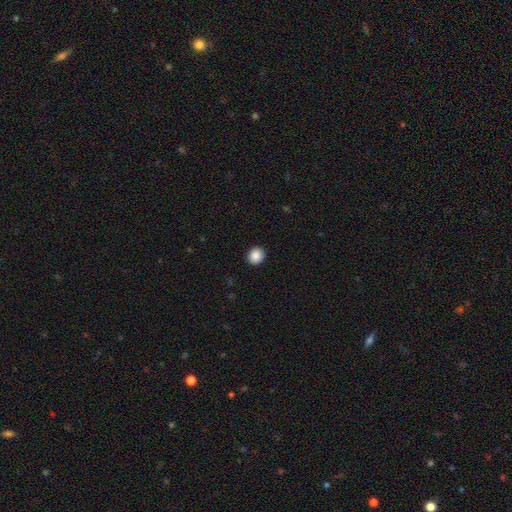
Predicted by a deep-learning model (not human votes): Smooth or featured? Predicted: smooth (p=0.88). How rounded? Predicted: round (p=0.77). Merging? Predicted: none (p=0.92).